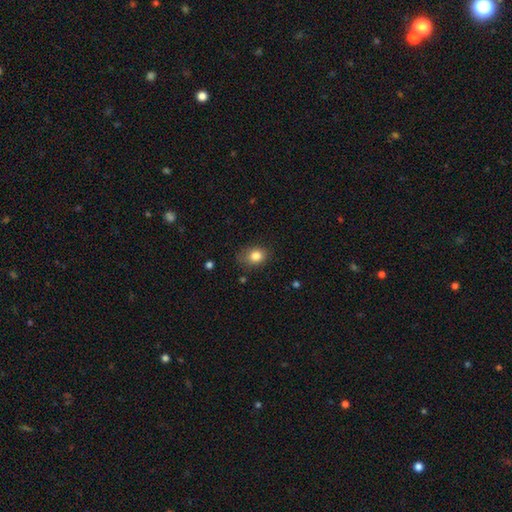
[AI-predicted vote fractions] smooth_or_featured: smooth (p=0.82) [alt: star or artifact p=0.10]
how_rounded: in between (p=0.56) [alt: round p=0.43]
merging: none (p=0.70) [alt: minor disturbance p=0.23]